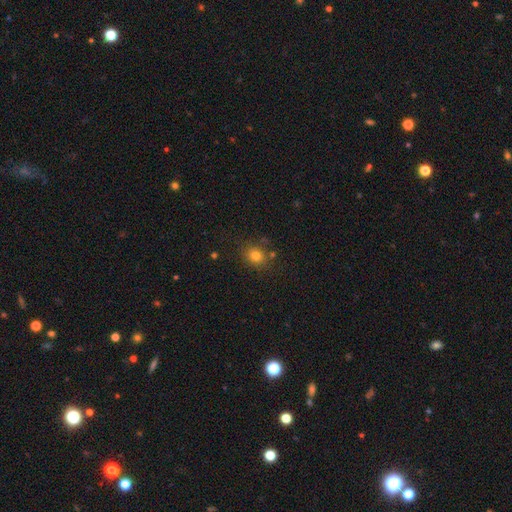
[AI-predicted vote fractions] smooth 79%, star or artifact 14%, featured or disk 7%. Down the decision tree: how rounded — round (71%); merging — none (79%).